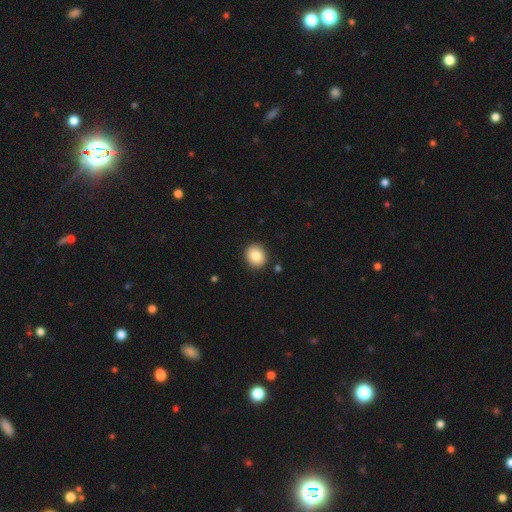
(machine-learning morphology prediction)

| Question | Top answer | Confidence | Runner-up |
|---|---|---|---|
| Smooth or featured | smooth | 85% | star or artifact (8%) |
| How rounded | round | 72% | in between (27%) |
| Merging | none | 90% | minor disturbance (7%) |